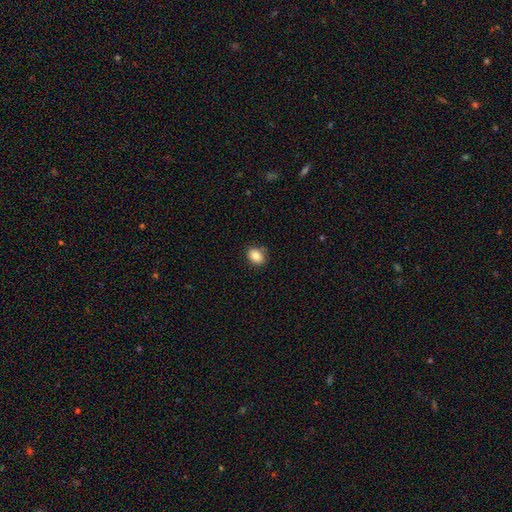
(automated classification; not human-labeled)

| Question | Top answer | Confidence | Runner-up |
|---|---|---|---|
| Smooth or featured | smooth | 85% | star or artifact (9%) |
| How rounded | in between | 57% | round (42%) |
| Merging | none | 82% | minor disturbance (14%) |